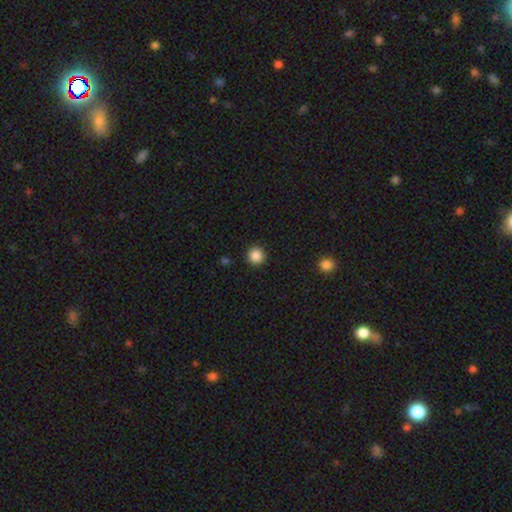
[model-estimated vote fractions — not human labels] Q: Smooth or featured?
A: smooth (87%); runner-up: star or artifact (10%)
Q: How rounded?
A: round (95%); runner-up: in between (4%)
Q: Merging?
A: none (92%); runner-up: minor disturbance (5%)